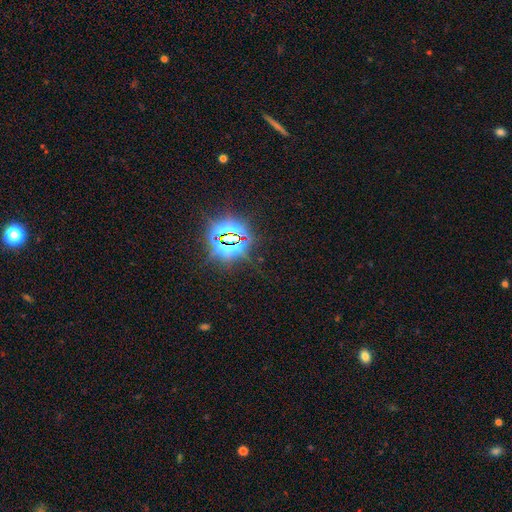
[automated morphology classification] type=star or artifact (84%).